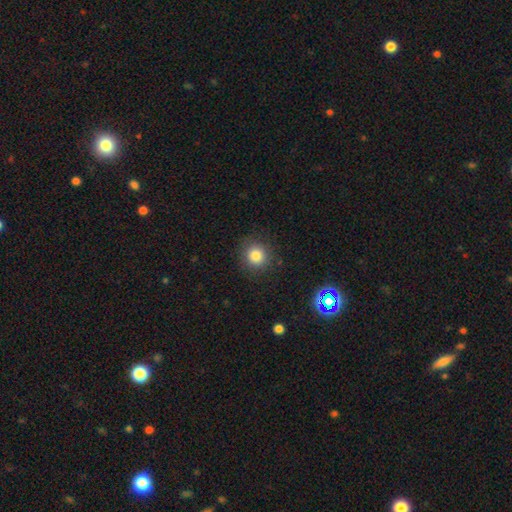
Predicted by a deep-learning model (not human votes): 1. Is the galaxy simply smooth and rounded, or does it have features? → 82% smooth, 11% star or artifact, 6% featured or disk.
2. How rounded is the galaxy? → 90% round, 9% in between, 1% cigar-shaped.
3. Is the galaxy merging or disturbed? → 87% none, 9% minor disturbance, 3% major disturbance, 1% merger.